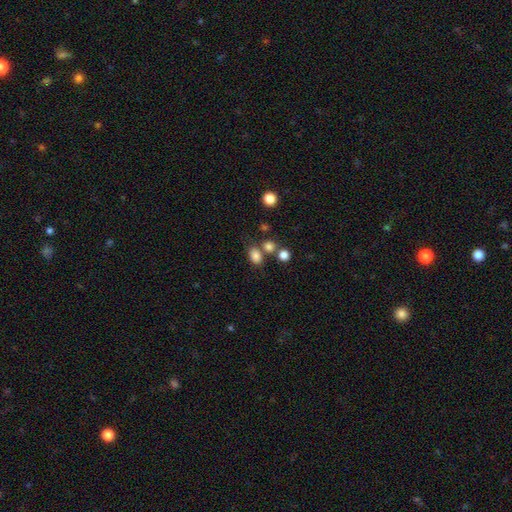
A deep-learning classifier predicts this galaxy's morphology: Overall: smooth (81%). How rounded: in between (71%). Merging: none (61%).